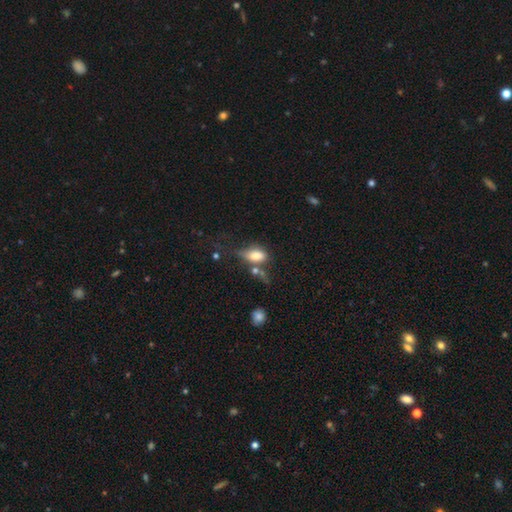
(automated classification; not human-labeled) Q: Smooth or featured?
A: smooth (75%); runner-up: featured or disk (15%)
Q: How rounded?
A: in between (85%); runner-up: round (10%)
Q: Merging?
A: none (35%); runner-up: minor disturbance (25%)